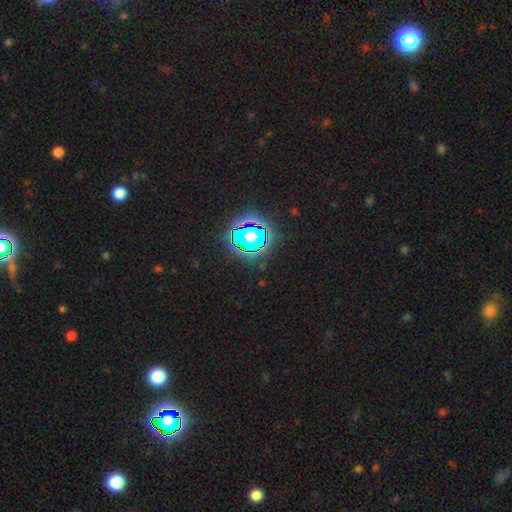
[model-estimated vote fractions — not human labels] This is likely a star or artifact rather than a galaxy (78%).